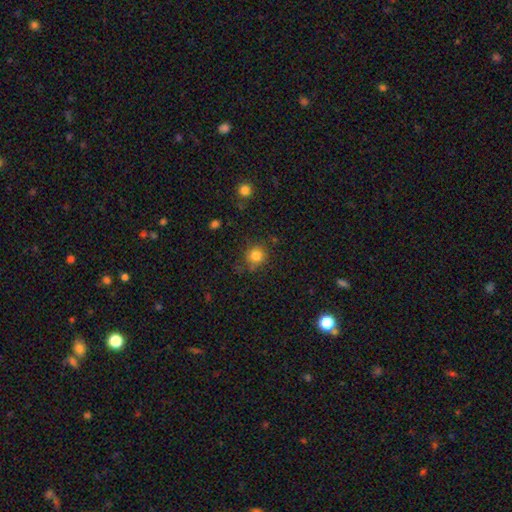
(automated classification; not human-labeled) The model was most divided on "merging": none: 76%, minor disturbance: 15%, major disturbance: 5%, merger: 4%. More confident: how rounded — round (87%); smooth or featured — smooth (82%).